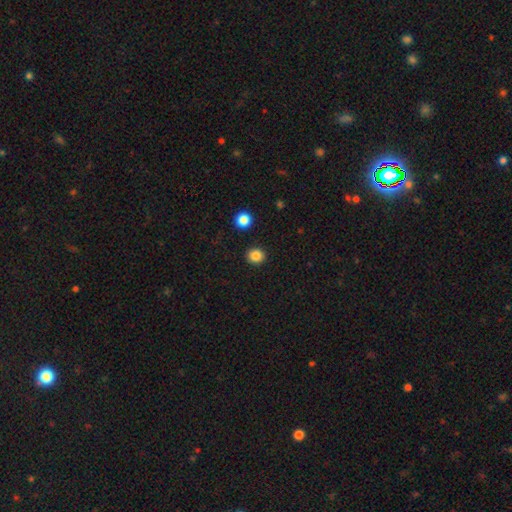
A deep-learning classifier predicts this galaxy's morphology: Smooth or featured?
  - smooth: 85% *
  - star or artifact: 11%
  - featured or disk: 4%
How rounded?
  - round: 86% *
  - in between: 13%
  - cigar-shaped: 1%
Merging?
  - none: 92% *
  - minor disturbance: 5%
  - major disturbance: 2%
  - merger: 2%